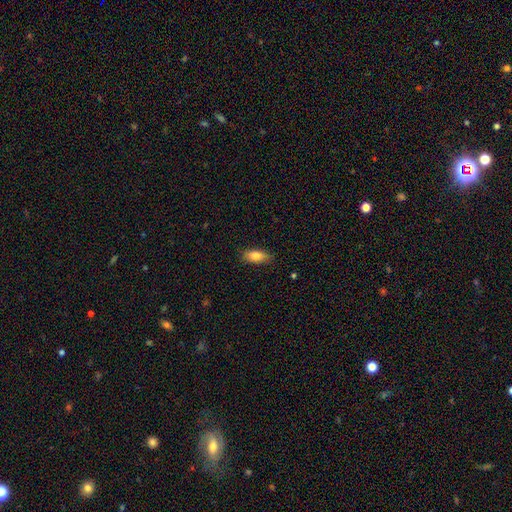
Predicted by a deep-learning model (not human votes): Smooth or featured? smooth (83%)
How rounded? in between (84%)
Merging? none (85%)